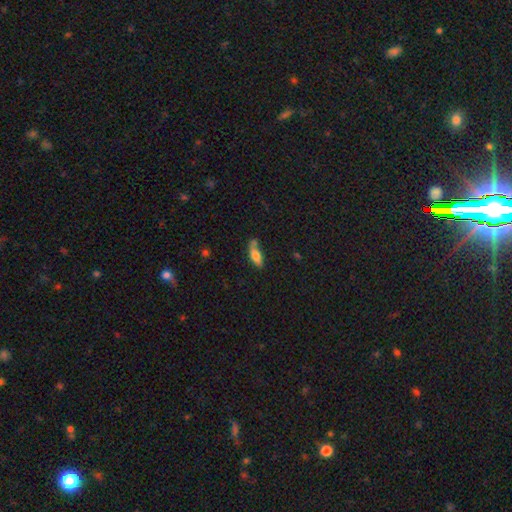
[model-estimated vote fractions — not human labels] Smooth or featured? smooth (74%)
How rounded? in between (71%)
Merging? none (48%)